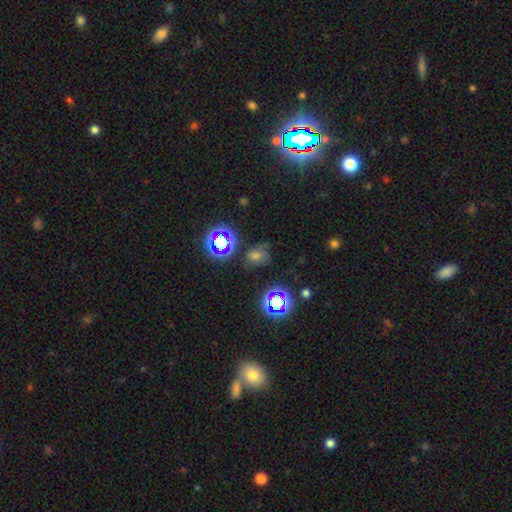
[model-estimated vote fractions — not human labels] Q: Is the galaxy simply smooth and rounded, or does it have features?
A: star or artifact — 46%.